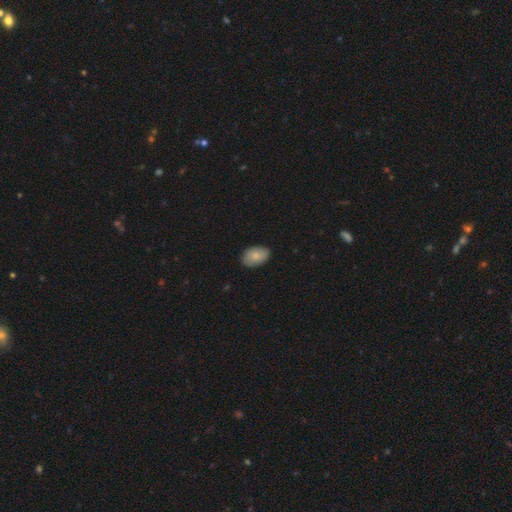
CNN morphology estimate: smooth-or-featured: smooth: 81% | featured or disk: 12% | star or artifact: 7%
  how-rounded: in between: 87% | round: 12% | cigar-shaped: 1%
  merging: none: 85% | minor disturbance: 12% | major disturbance: 2% | merger: 1%